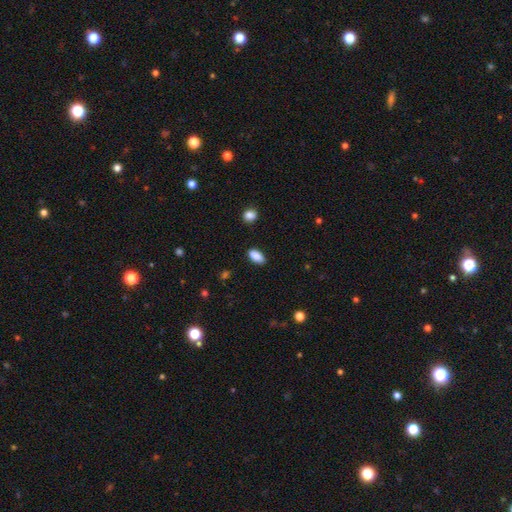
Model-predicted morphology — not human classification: Smooth or featured? smooth (89%)
How rounded? in between (90%)
Merging? none (88%)